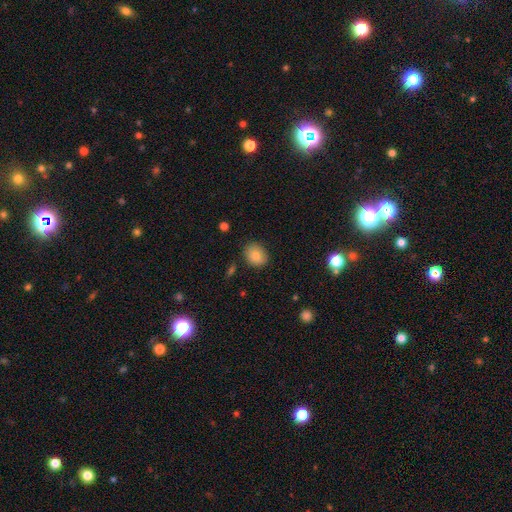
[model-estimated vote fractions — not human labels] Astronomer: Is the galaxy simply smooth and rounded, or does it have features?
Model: smooth — 83%.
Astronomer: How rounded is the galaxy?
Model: round — 61% (runner-up: in between, 38%).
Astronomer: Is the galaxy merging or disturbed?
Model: none — 83%.